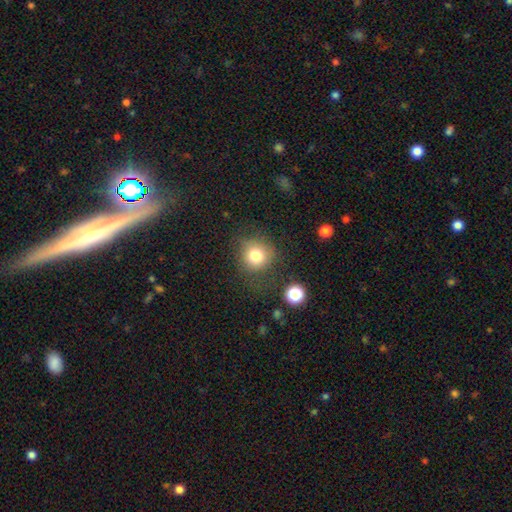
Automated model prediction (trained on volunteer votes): The model was most divided on "merging": none: 75%, minor disturbance: 15%, major disturbance: 7%, merger: 3%. More confident: how rounded — round (88%); smooth or featured — smooth (80%).